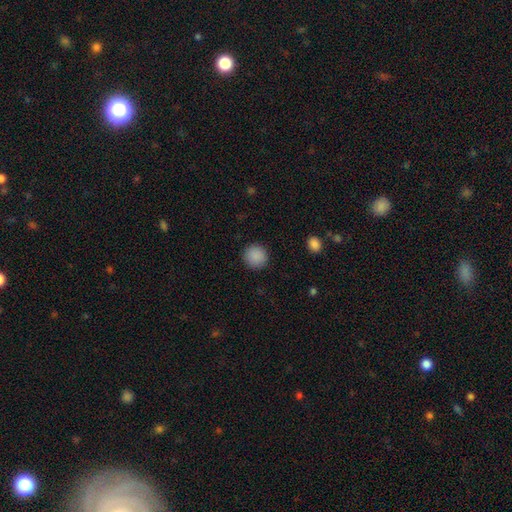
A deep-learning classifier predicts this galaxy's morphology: A smooth galaxy with no disk features (89%) that is round (94%). Merging: none (92%).